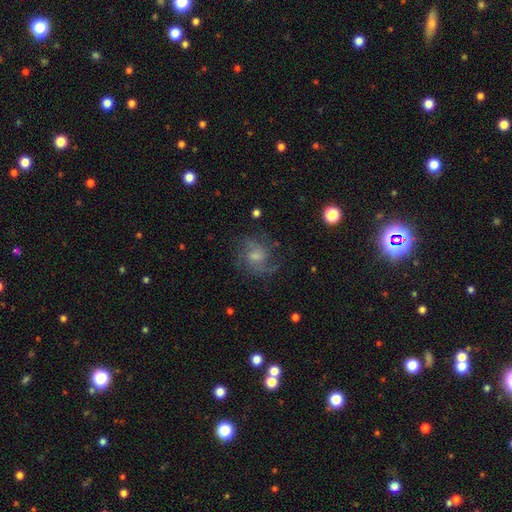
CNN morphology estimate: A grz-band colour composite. It shows a featured or disk galaxy (70%) with no bar (58%), 2 (35%) medium (49%) spiral arms (92%) and a moderate central bulge (42%). Merging: none (70%).